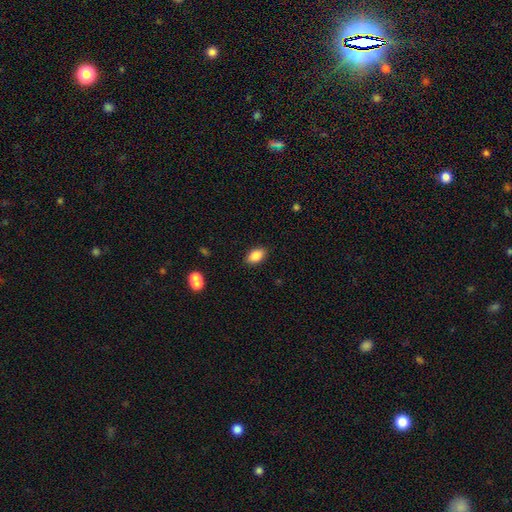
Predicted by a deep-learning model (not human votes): Overall: smooth (87%). How rounded: in between (90%). Merging: none (87%).